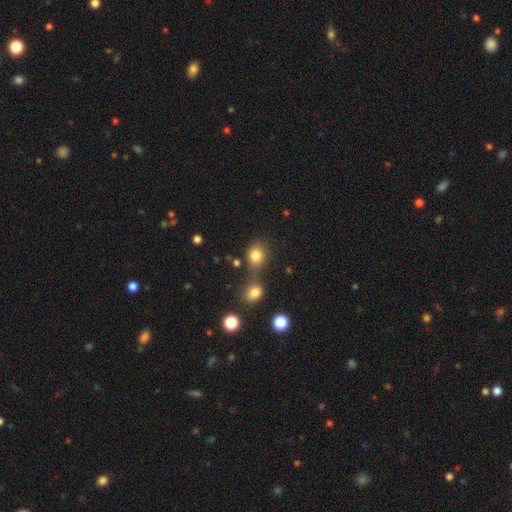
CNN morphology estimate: smooth-or-featured: smooth: 80% | star or artifact: 12% | featured or disk: 7%
  how-rounded: round: 65% | in between: 34% | cigar-shaped: 1%
  merging: none: 55% | merger: 25% | minor disturbance: 14% | major disturbance: 6%